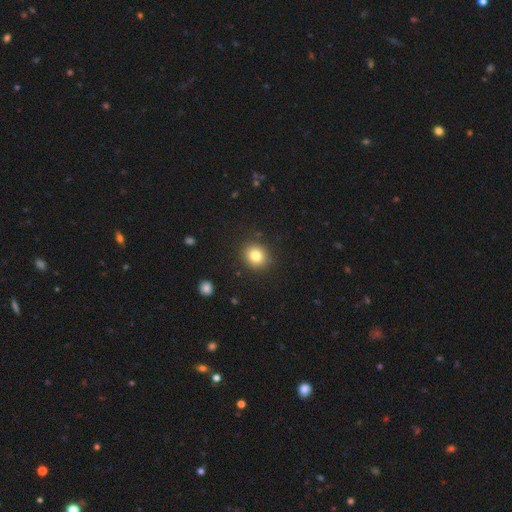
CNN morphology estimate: smooth 81%, star or artifact 11%, featured or disk 8%. Down the decision tree: how rounded — round (77%); merging — none (89%).